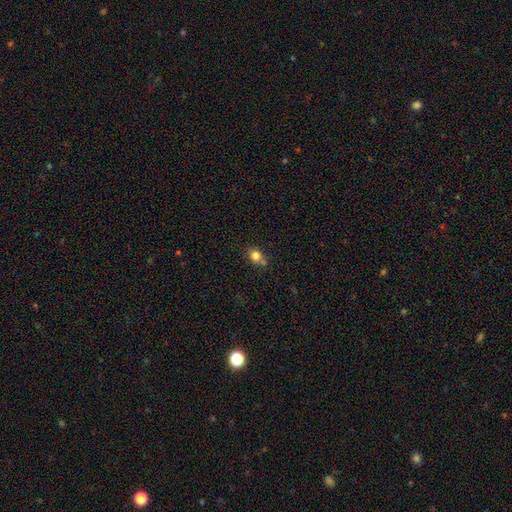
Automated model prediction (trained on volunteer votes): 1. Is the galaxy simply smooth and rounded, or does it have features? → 80% smooth, 11% star or artifact, 8% featured or disk.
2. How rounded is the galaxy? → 62% round, 36% in between, 1% cigar-shaped.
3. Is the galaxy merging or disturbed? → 59% none, 21% merger, 16% minor disturbance, 4% major disturbance.